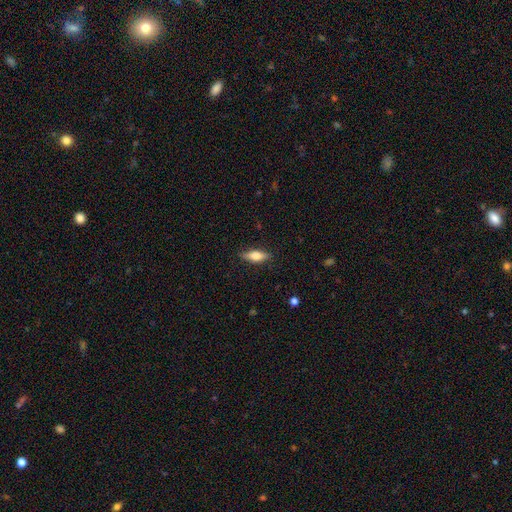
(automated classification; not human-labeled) A smooth galaxy with no disk features (64%) that is in between round and cigar-shaped (58%). Merging: none (85%).